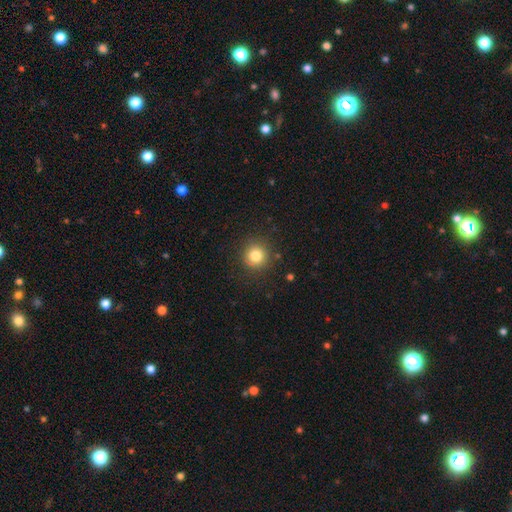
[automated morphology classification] Smooth or featured? smooth (81%)
How rounded? round (94%)
Merging? none (89%)